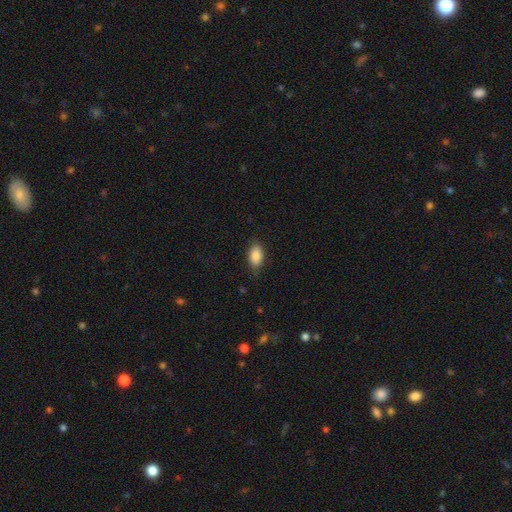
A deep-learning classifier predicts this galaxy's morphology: This appears to be a smooth galaxy with no disk features (87%) that is in between round and cigar-shaped (91%). Merging: none (81%).